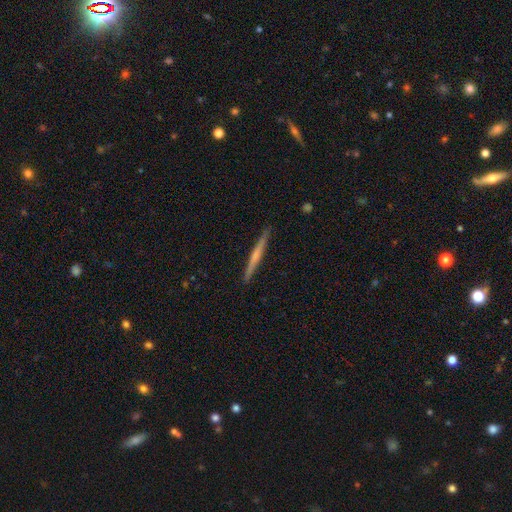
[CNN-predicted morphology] Smooth or featured? Predicted: featured or disk (p=0.51). Edge-on disk? Predicted: yes (p=0.98). Edge-on bulge? Predicted: none (p=0.60). Merging? Predicted: none (p=0.91).